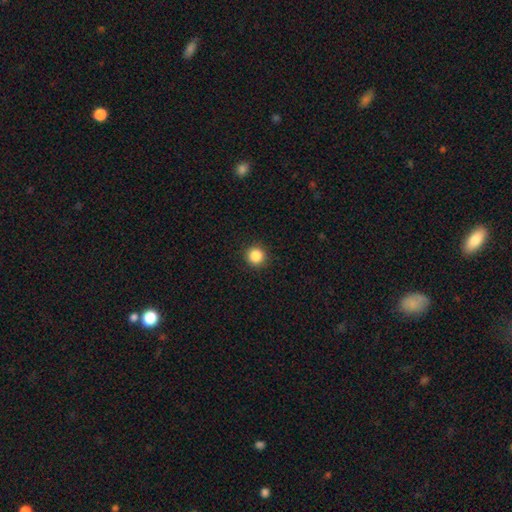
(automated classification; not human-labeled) Smooth or featured: smooth — 87% (star or artifact — 10%)
How rounded: round — 95% (in between — 4%)
Merging: none — 93% (minor disturbance — 5%)